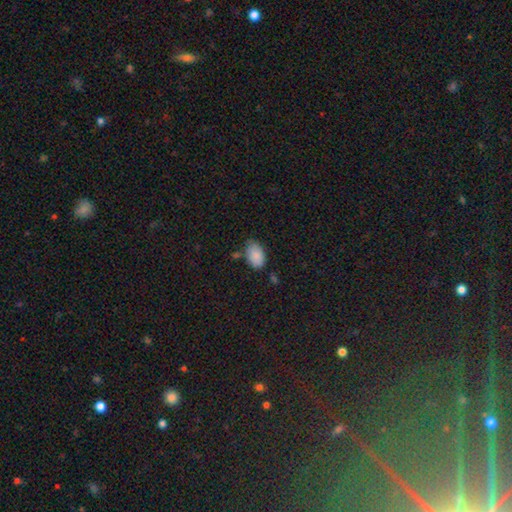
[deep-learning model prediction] A smooth galaxy with no disk features (88%) that is in between round and cigar-shaped (92%).

Vote fractions:
- Smooth or featured? smooth: 88% / star or artifact: 7% / featured or disk: 5%
- How rounded? in between: 92% / round: 7% / cigar-shaped: 1%
- Merging? none: 63% / minor disturbance: 26% / merger: 6% / major disturbance: 5%